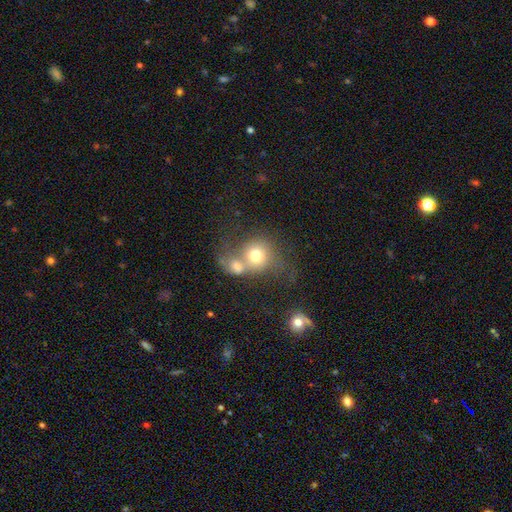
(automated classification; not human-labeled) Smooth or featured: smooth — 67% (featured or disk — 22%)
How rounded: round — 78% (in between — 21%)
Merging: merger — 58% (none — 22%)